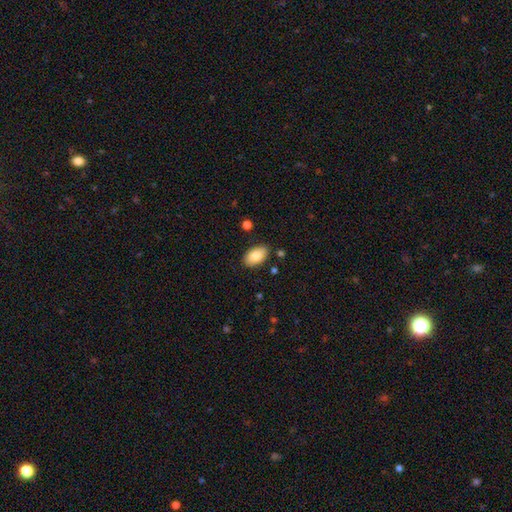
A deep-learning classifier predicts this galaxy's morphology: This appears to be a smooth galaxy with no disk features (83%) that is in between round and cigar-shaped (94%). Merging: none (85%).